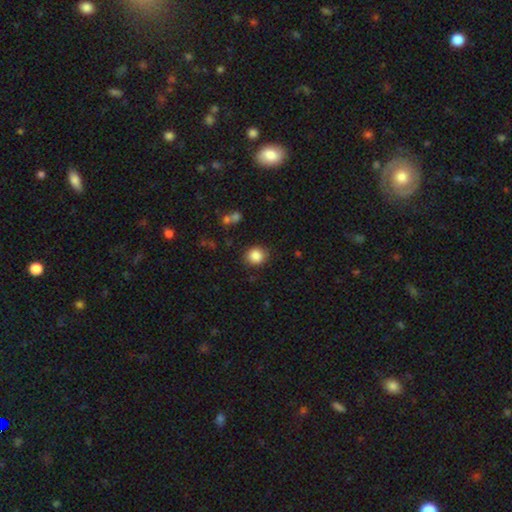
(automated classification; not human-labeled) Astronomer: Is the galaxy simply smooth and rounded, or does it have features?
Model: smooth — 86%.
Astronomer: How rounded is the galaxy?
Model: round — 80%.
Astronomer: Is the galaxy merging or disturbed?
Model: none — 86%.